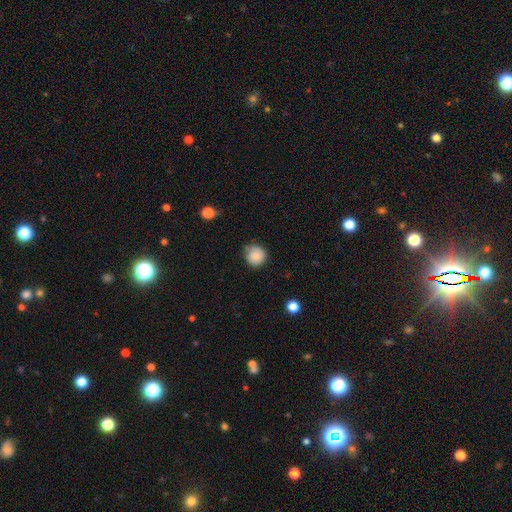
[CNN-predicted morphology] The model was most divided on "merging": none: 72%, minor disturbance: 22%, major disturbance: 4%, merger: 2%. More confident: how rounded — round (91%); smooth or featured — smooth (82%).